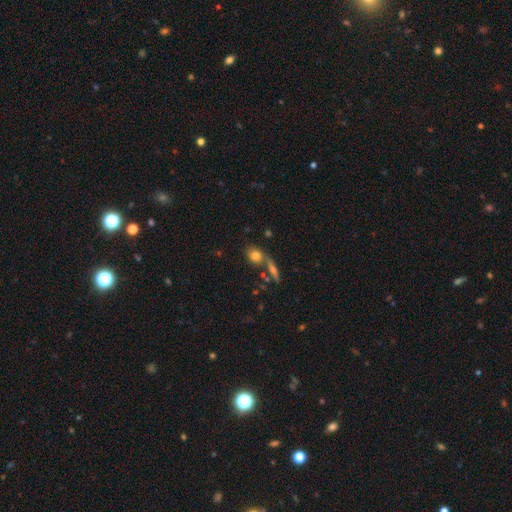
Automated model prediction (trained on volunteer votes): Smooth or featured? Predicted: smooth (p=0.76). How rounded? Predicted: round (p=0.51). Merging? Predicted: none (p=0.55).